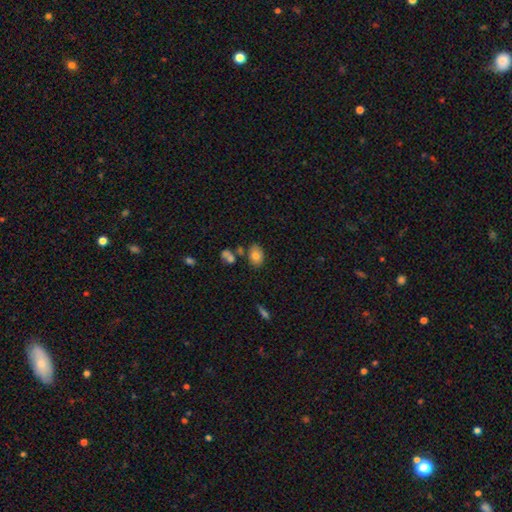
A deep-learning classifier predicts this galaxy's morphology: smooth-or-featured: smooth: 79% | featured or disk: 11% | star or artifact: 9%
  how-rounded: in between: 77% | round: 22% | cigar-shaped: 1%
  merging: none: 73% | minor disturbance: 13% | merger: 10% | major disturbance: 3%